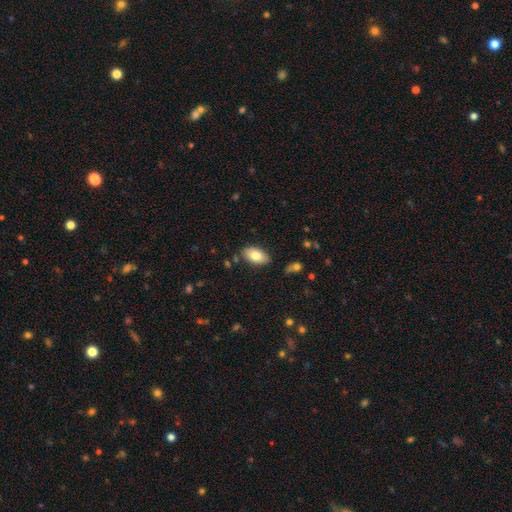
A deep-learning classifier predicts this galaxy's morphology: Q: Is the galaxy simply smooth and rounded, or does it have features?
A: smooth — 79%.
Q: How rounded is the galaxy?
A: in between — 93%.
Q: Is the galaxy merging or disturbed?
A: none — 83%.